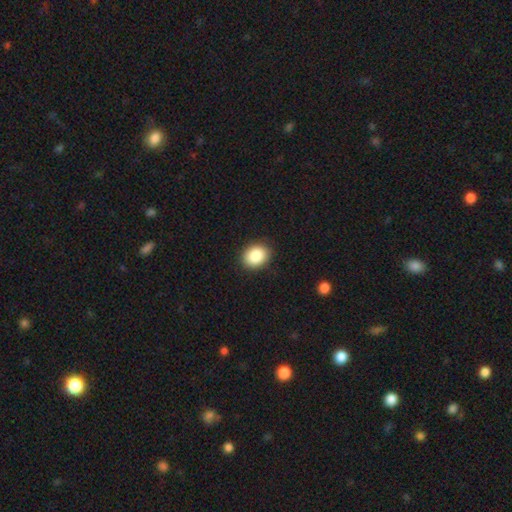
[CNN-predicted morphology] type=smooth (88%); roundness=in between (55%); merging=none (89%).